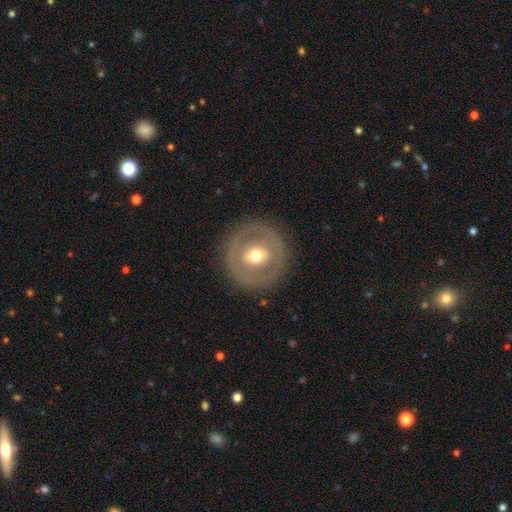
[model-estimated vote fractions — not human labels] Overall: featured or disk (52%; smooth 41%). Edge-on disk: no (93%). Merging: none (85%).